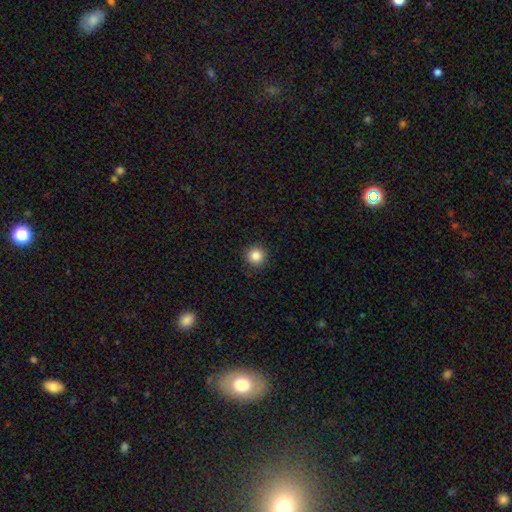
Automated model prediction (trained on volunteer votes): Q: Smooth or featured?
A: smooth (86%); runner-up: star or artifact (10%)
Q: How rounded?
A: round (95%); runner-up: in between (4%)
Q: Merging?
A: none (92%); runner-up: minor disturbance (6%)